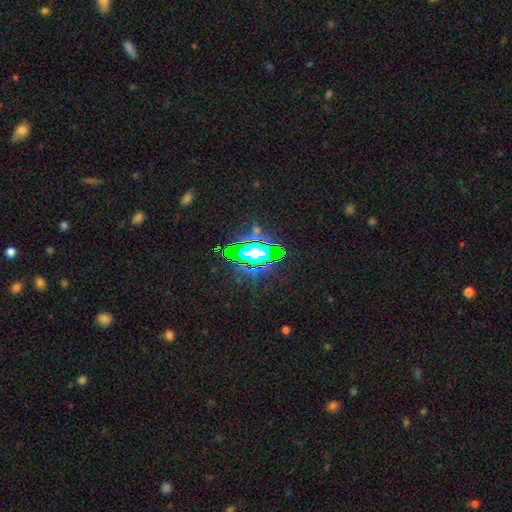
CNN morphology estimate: star or artifact 79%, smooth 13%, featured or disk 9%.